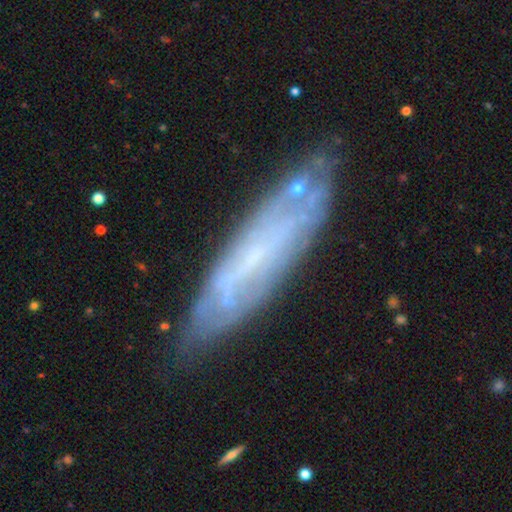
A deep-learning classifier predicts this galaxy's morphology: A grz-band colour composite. It shows a featured or disk galaxy (60%). Merging: none (75%).